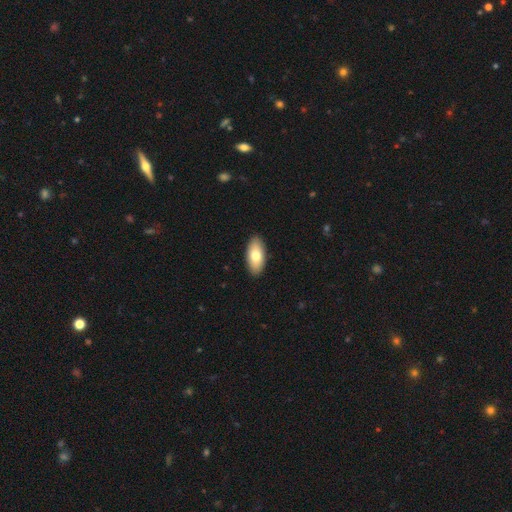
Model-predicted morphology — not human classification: smooth 77%, featured or disk 17%, star or artifact 6%. Down the decision tree: how rounded — in between (92%); merging — none (90%).